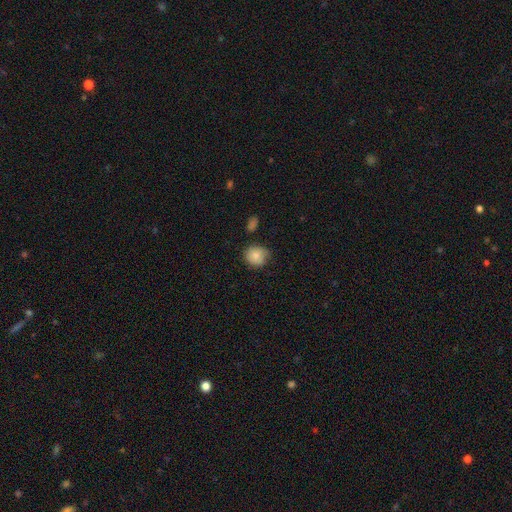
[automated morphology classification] Smooth or featured: smooth — 81% (featured or disk — 11%)
How rounded: round — 78% (in between — 21%)
Merging: none — 62% (minor disturbance — 28%)